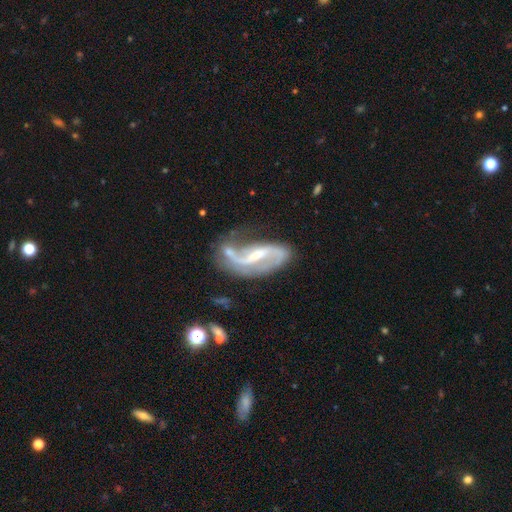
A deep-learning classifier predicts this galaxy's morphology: A featured or disk galaxy (87%) with a weak bar (42%), 2 (84%) loose (59%) spiral arms (94%) and a small central bulge (45%). Merging: none (49%).